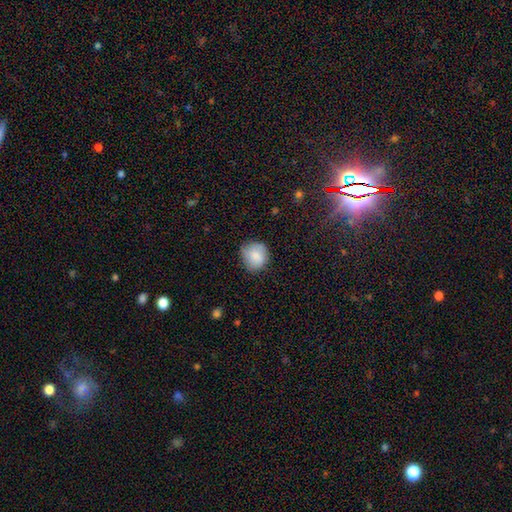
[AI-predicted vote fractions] This appears to be a smooth galaxy with no disk features (79%) that is round (85%). Merging: none (72%).